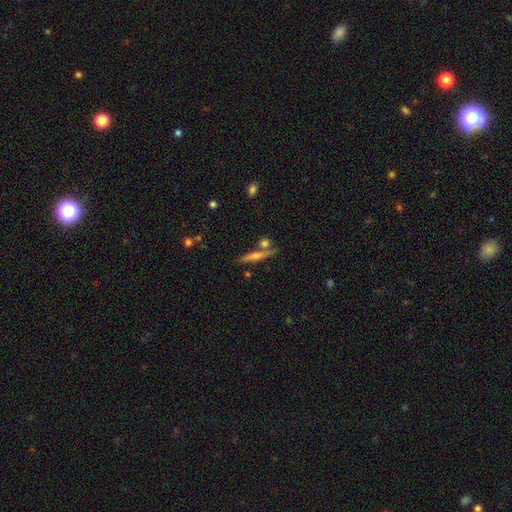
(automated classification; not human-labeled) Smooth or featured? Predicted: featured or disk (p=0.55). Edge-on disk? Predicted: yes (p=0.95). Edge-on bulge? Predicted: rounded (p=0.69). Merging? Predicted: none (p=0.75).